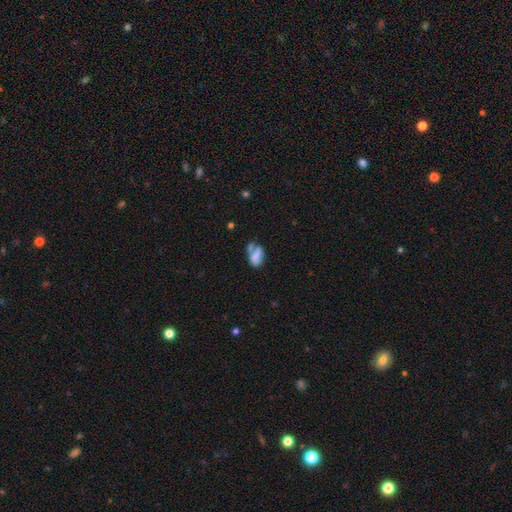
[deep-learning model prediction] smooth 69%, featured or disk 21%, star or artifact 10%. Down the decision tree: how rounded — in between (87%); merging — merger (39%).